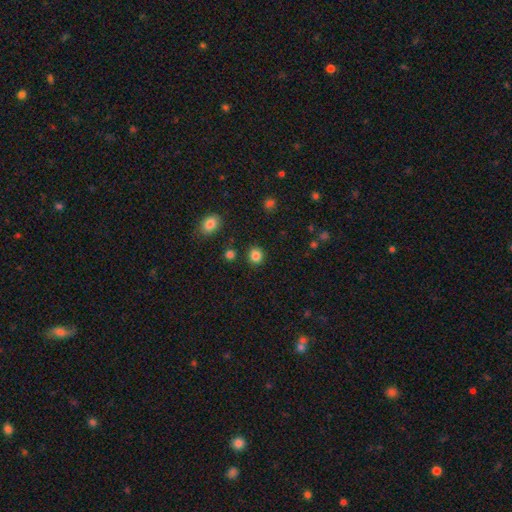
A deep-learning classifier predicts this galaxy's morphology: type=smooth (85%); roundness=round (82%); merging=none (88%).